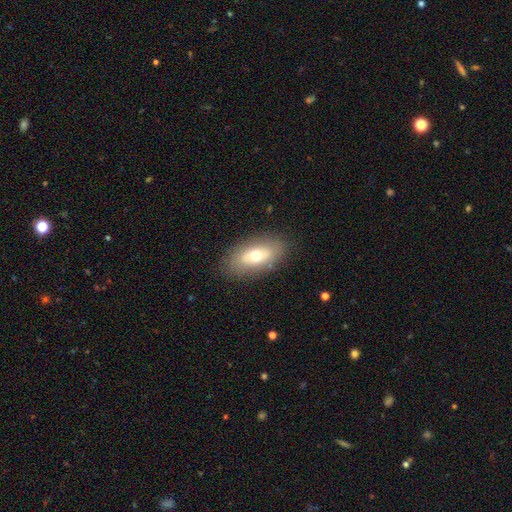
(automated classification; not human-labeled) Morphology: type=smooth (61%); roundness=in between (88%); merging=none (84%).